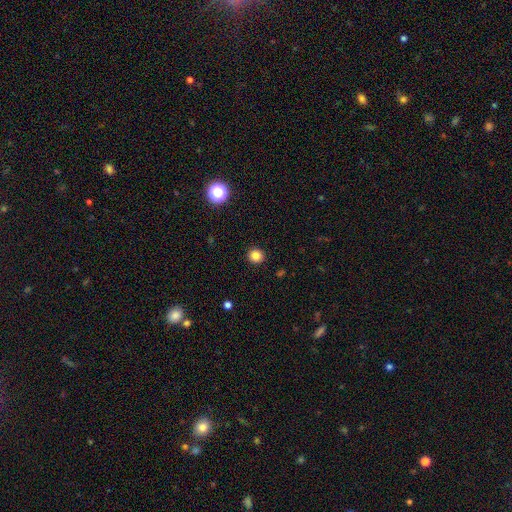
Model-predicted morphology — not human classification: smooth-or-featured: smooth: 84% | star or artifact: 12% | featured or disk: 4%
  how-rounded: round: 92% | in between: 7% | cigar-shaped: 1%
  merging: none: 92% | minor disturbance: 5% | major disturbance: 2% | merger: 1%